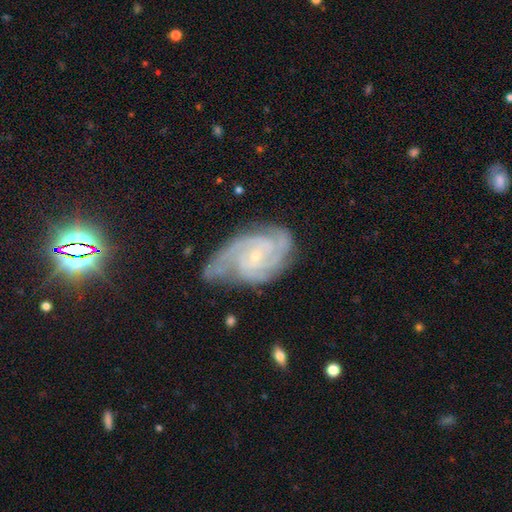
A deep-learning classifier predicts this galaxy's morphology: This appears to be a featured or disk galaxy (88%) with no bar (63%), 3 (37%) tight (62%) spiral arms (98%) and a small central bulge (82%). Merging: none (59%).